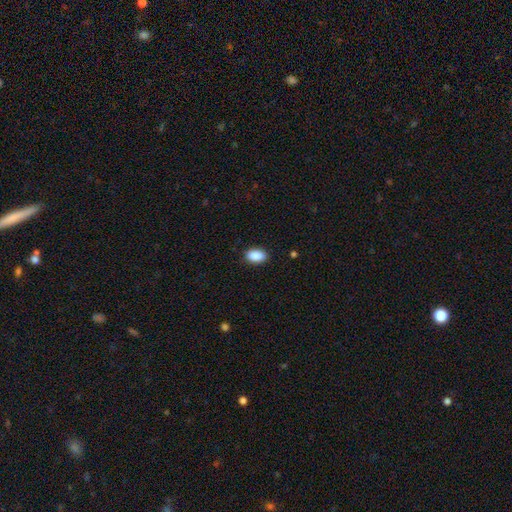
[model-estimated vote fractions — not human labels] This is clearly a smooth galaxy (90%). How rounded: clearly in between (91%). Merging: clearly none (89%).